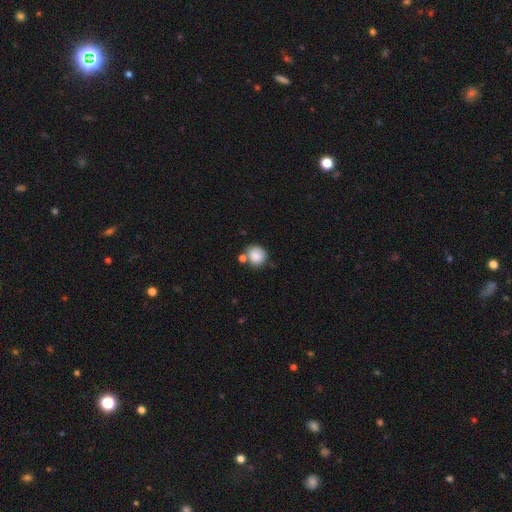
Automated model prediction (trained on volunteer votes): smooth-or-featured: smooth: 85% | star or artifact: 8% | featured or disk: 7%
  how-rounded: round: 82% | in between: 17% | cigar-shaped: 1%
  merging: none: 63% | merger: 18% | minor disturbance: 14% | major disturbance: 4%